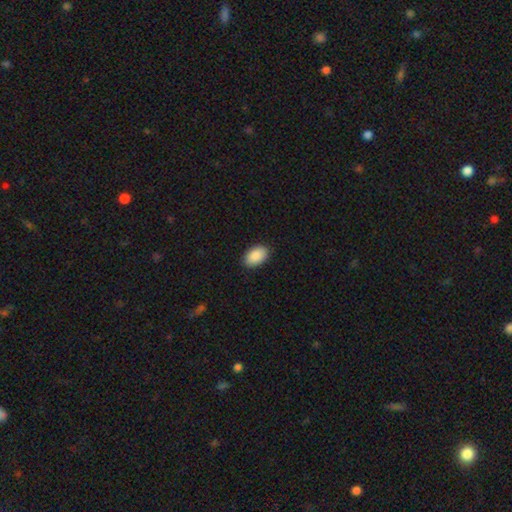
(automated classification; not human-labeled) Smooth or featured: smooth — 90% (star or artifact — 6%)
How rounded: in between — 93% (round — 6%)
Merging: none — 89% (minor disturbance — 8%)